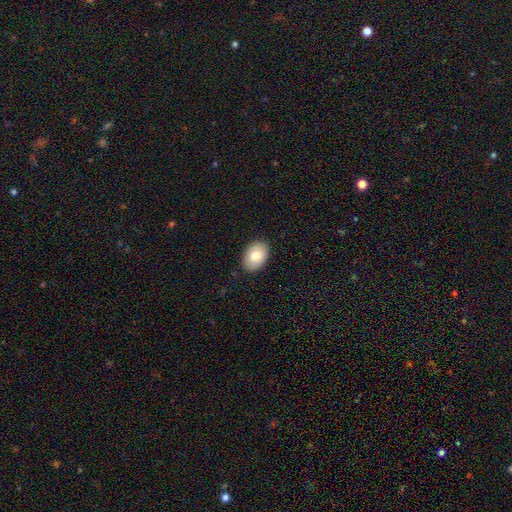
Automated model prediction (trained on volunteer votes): smooth_or_featured: smooth (p=0.80) [alt: featured or disk p=0.13]
how_rounded: in between (p=0.87) [alt: round p=0.12]
merging: none (p=0.88) [alt: minor disturbance p=0.09]